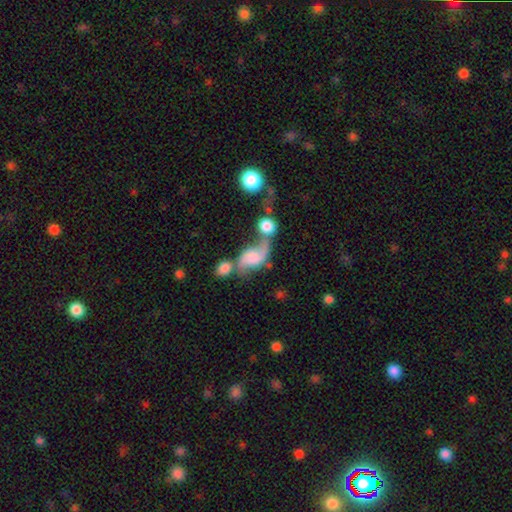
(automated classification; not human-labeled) Overall: featured or disk (62%; smooth 30%). Edge-on disk: no (95%). Bar: no (63%; weak 29%). Spiral arms: yes (88%). Spiral arm count: 2 (88%). Spiral winding: loose (84%). Bulge size: none (36%; small 23%). Merging: merger (49%; none 24%).